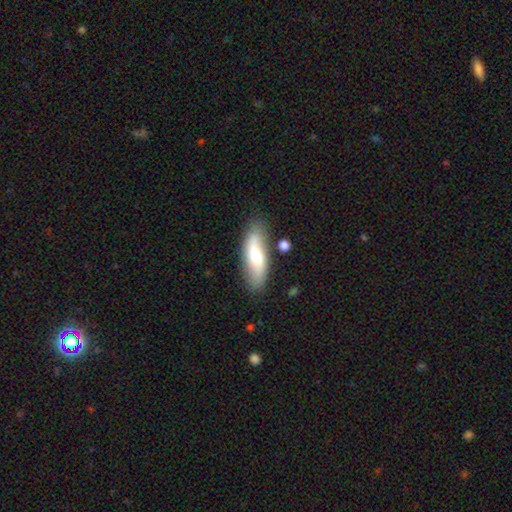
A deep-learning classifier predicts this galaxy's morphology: smooth_or_featured: smooth (p=0.59) [alt: featured or disk p=0.35]
how_rounded: in between (p=0.59) [alt: cigar-shaped p=0.38]
merging: none (p=0.74) [alt: minor disturbance p=0.17]